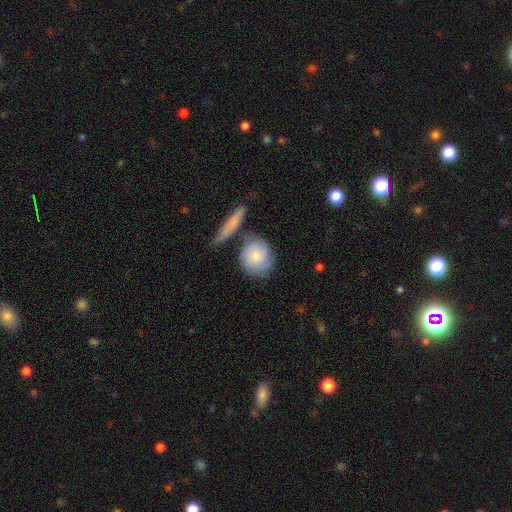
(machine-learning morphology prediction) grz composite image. It shows a smooth galaxy with no disk features (75%) that is round (79%). Merging: none (63%).